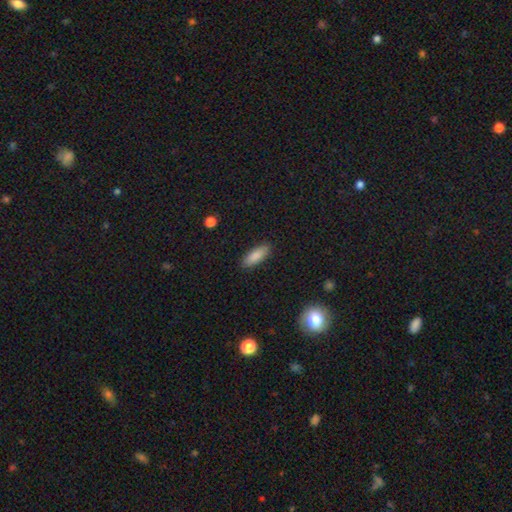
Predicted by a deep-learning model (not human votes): smooth_or_featured: smooth (p=0.87) [alt: featured or disk p=0.07]
how_rounded: in between (p=0.64) [alt: cigar-shaped p=0.34]
merging: none (p=0.88) [alt: minor disturbance p=0.09]